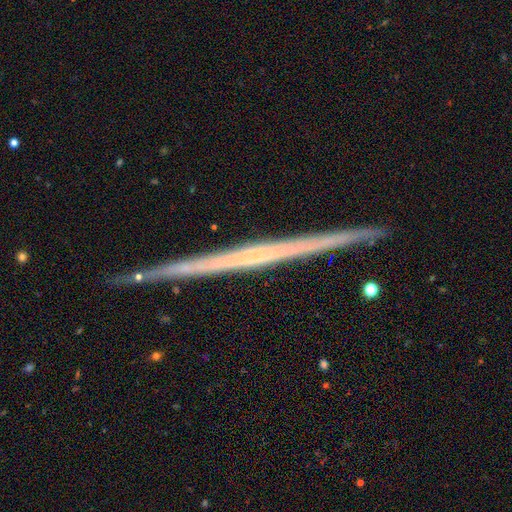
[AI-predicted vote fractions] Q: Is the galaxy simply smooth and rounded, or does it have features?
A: featured or disk — 76%.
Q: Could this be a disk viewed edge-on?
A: yes — 98%.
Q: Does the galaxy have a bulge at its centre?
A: none — 85%.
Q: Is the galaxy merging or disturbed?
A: none — 90%.